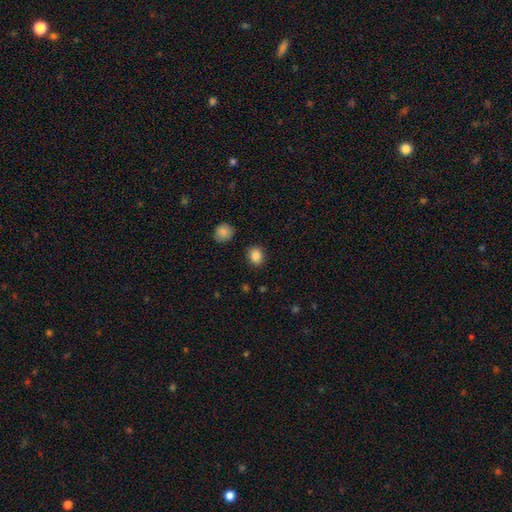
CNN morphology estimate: Q: Smooth or featured?
A: smooth (86%); runner-up: star or artifact (10%)
Q: How rounded?
A: round (59%); runner-up: in between (40%)
Q: Merging?
A: none (86%); runner-up: minor disturbance (9%)